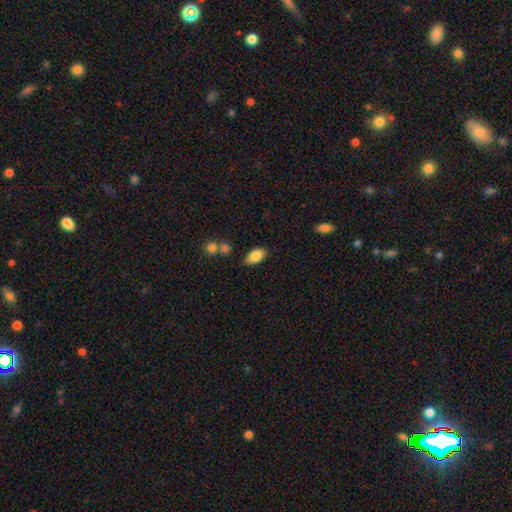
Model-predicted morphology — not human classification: Smooth or featured? smooth (84%)
How rounded? in between (91%)
Merging? none (77%)